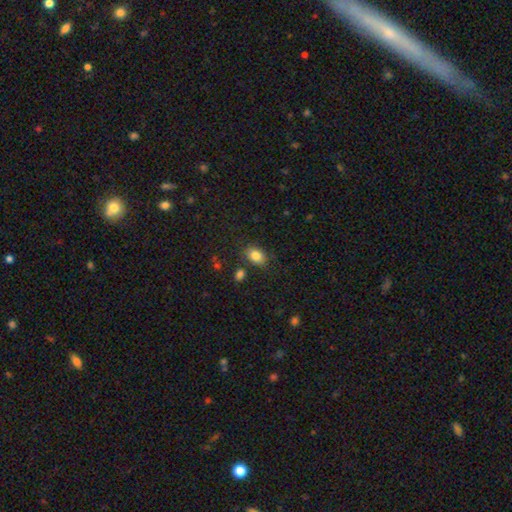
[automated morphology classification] Smooth or featured? Predicted: smooth (p=0.84). How rounded? Predicted: in between (p=0.80). Merging? Predicted: none (p=0.79).